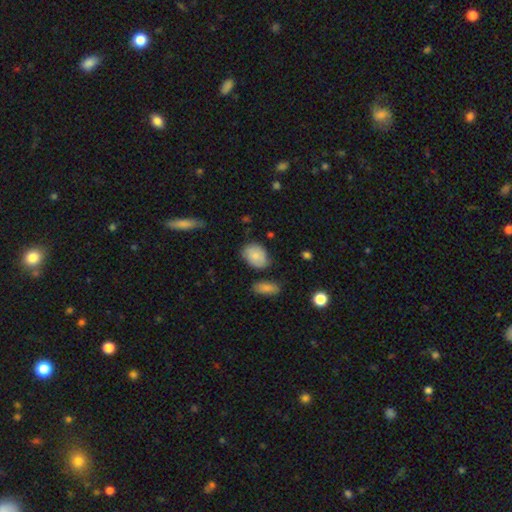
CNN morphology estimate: Smooth or featured: smooth — 78% (featured or disk — 15%)
How rounded: in between — 70% (round — 28%)
Merging: none — 65% (minor disturbance — 25%)